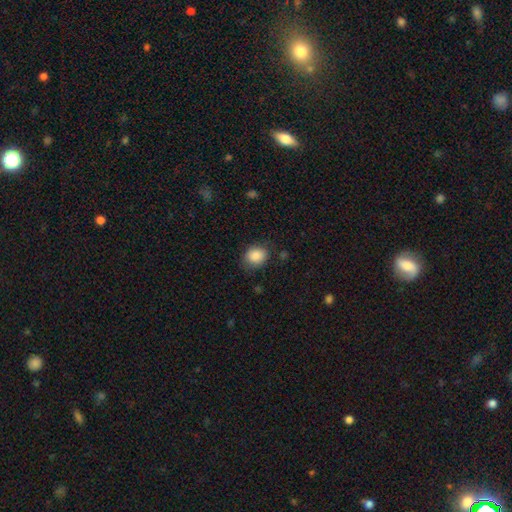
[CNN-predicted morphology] Q: Smooth or featured?
A: smooth (87%); runner-up: star or artifact (8%)
Q: How rounded?
A: round (57%); runner-up: in between (43%)
Q: Merging?
A: none (75%); runner-up: minor disturbance (19%)